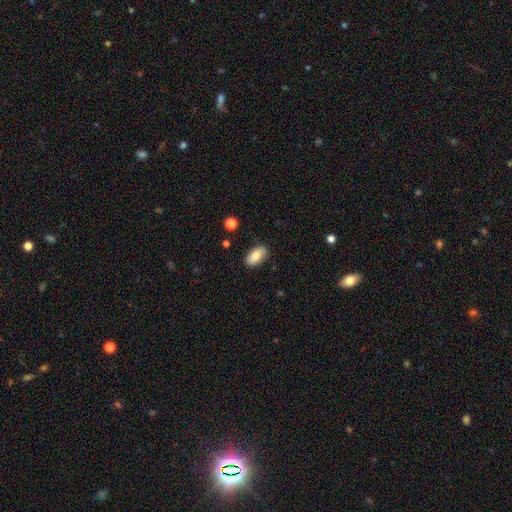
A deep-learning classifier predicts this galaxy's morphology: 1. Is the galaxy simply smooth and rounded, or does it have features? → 78% smooth, 15% featured or disk, 7% star or artifact.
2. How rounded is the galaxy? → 92% in between, 4% cigar-shaped, 4% round.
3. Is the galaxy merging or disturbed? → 86% none, 10% minor disturbance, 2% major disturbance, 1% merger.